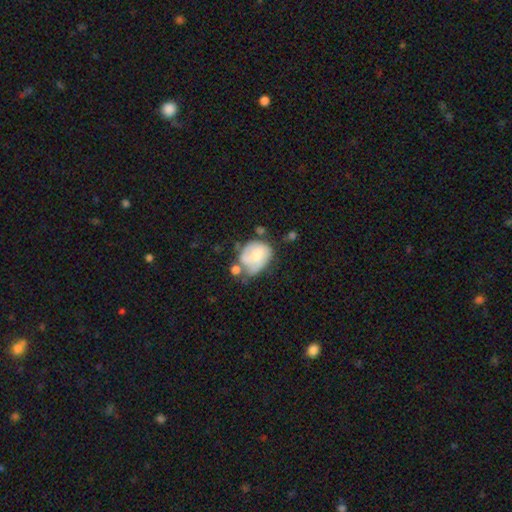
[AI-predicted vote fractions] Smooth or featured?
  - smooth: 51% *
  - featured or disk: 42%
  - star or artifact: 7%
How rounded?
  - in between: 52% *
  - round: 47%
  - cigar-shaped: 1%
Merging?
  - minor disturbance: 30% *
  - none: 28%
  - merger: 21%
  - major disturbance: 21%